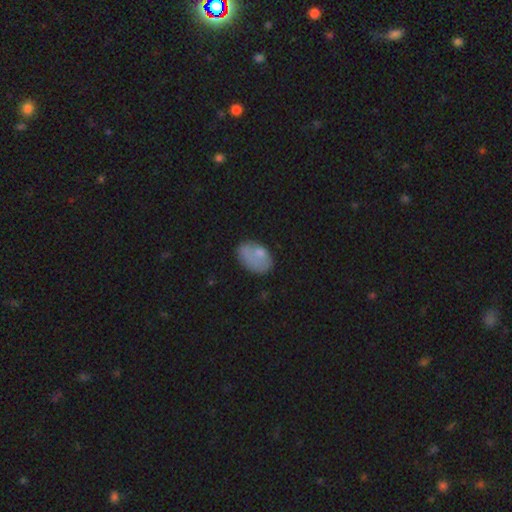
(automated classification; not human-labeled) Smooth or featured? smooth (69%)
How rounded? in between (86%)
Merging? none (46%)